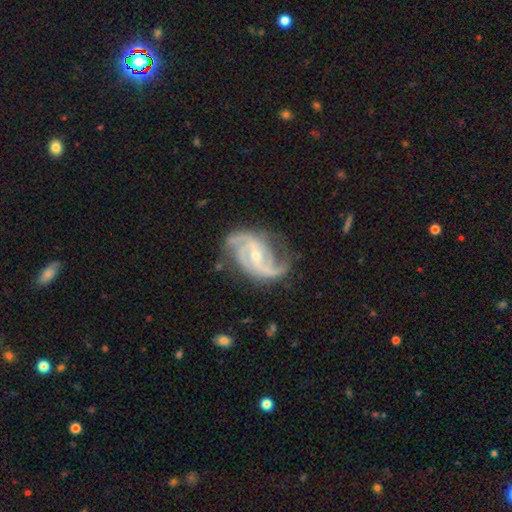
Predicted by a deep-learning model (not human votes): Morphology: type=featured or disk (93%); edge-on=no (98%); bar=weak (44%); spiral arms=yes (98%); winding=medium (54%); arm count=2 (56%); bulge=small (56%); merging=none (70%).